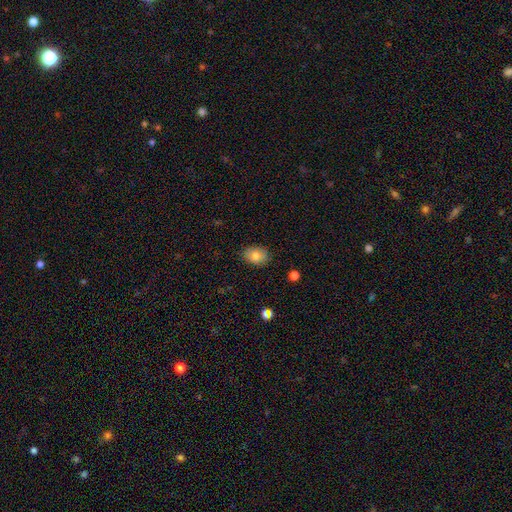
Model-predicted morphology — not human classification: Smooth or featured: smooth — 82% (featured or disk — 9%)
How rounded: in between — 73% (round — 25%)
Merging: none — 84% (minor disturbance — 13%)